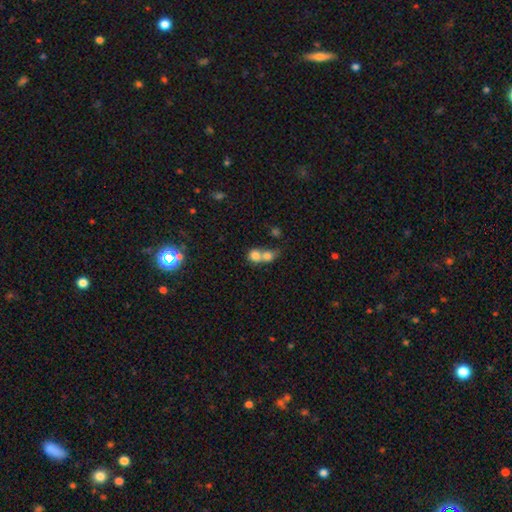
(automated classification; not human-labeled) Overall: smooth (76%). How rounded: round (71%). Merging: merger (70%).